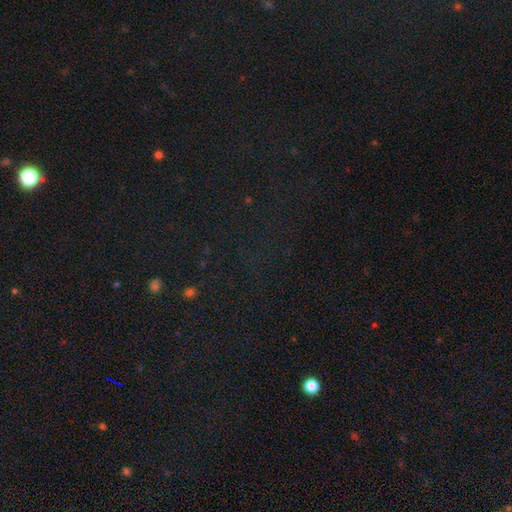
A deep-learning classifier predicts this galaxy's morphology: A star or artifact, not a galaxy (77%).